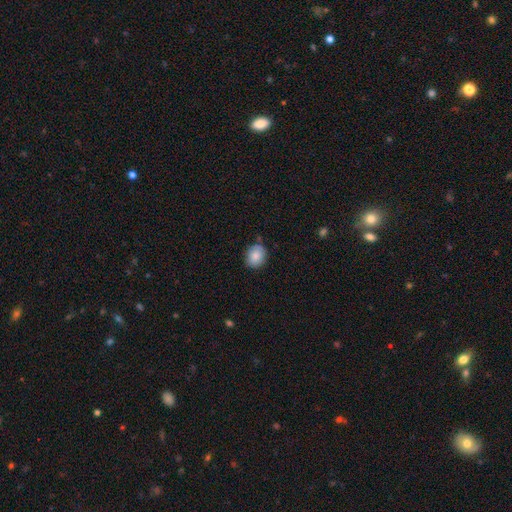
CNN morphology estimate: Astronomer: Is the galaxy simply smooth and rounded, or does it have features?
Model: smooth — 85%.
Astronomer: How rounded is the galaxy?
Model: round — 64%.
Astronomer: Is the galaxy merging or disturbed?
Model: none — 81%.